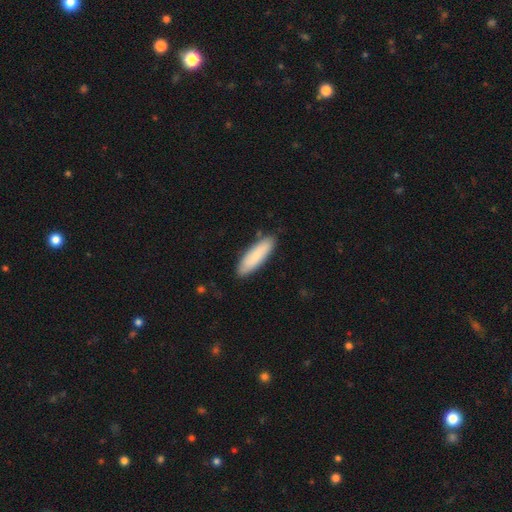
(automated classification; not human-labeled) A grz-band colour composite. It shows a smooth galaxy with no disk features (81%) that is cigar-shaped (55%). Merging: none (85%).